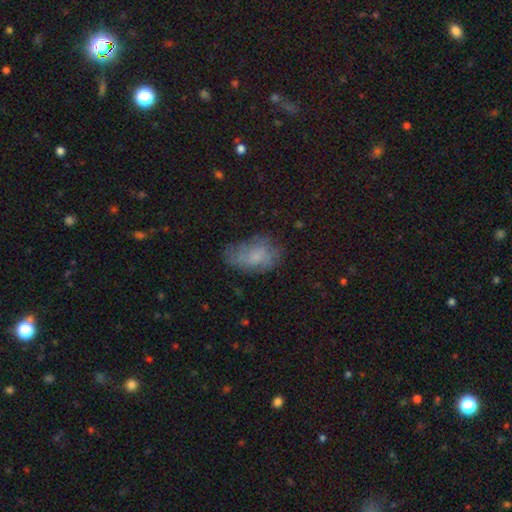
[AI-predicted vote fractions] smooth 62%, featured or disk 27%, star or artifact 11%. Down the decision tree: how rounded — in between (89%); merging — none (57%).